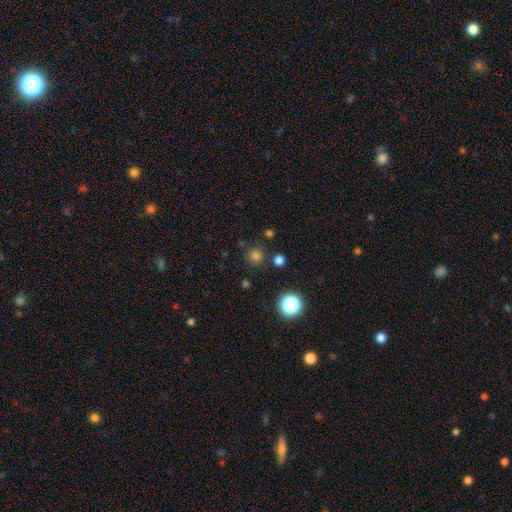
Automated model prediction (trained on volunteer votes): This is likely a smooth galaxy (73%). How rounded: clearly round (94%). Merging: clearly none (84%).